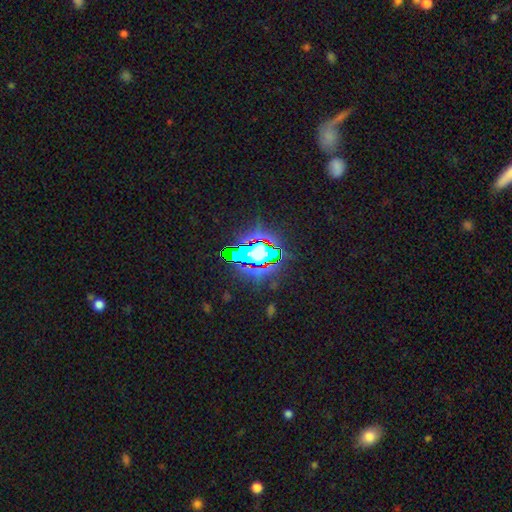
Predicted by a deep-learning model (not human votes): The model was most divided on "smooth or featured": star or artifact: 64%, smooth: 22%, featured or disk: 14%.